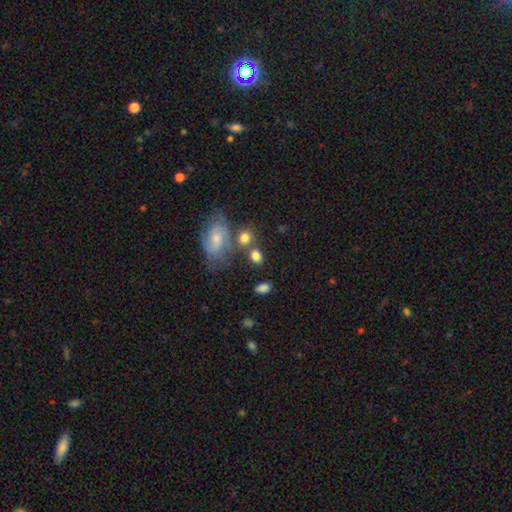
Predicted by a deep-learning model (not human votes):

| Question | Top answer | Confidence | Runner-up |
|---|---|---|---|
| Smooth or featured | smooth | 78% | featured or disk (12%) |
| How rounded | in between | 57% | round (40%) |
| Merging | none | 57% | merger (21%) |